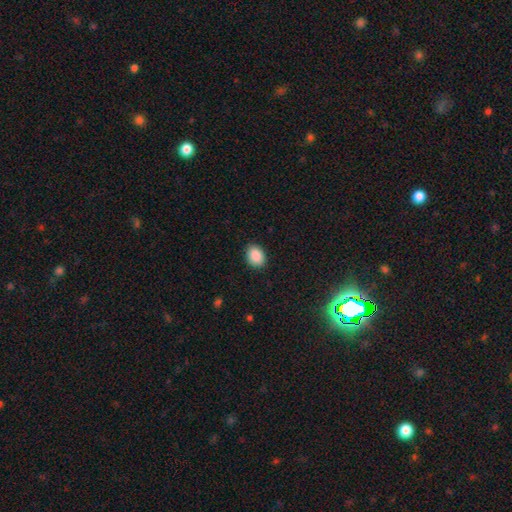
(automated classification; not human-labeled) smooth-or-featured: smooth: 89% | star or artifact: 8% | featured or disk: 3%
  how-rounded: in between: 72% | round: 27% | cigar-shaped: 1%
  merging: none: 88% | minor disturbance: 9% | major disturbance: 2% | merger: 1%